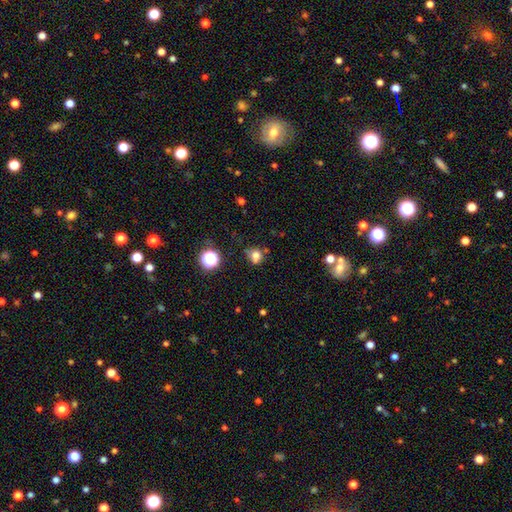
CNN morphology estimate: smooth 72%, star or artifact 17%, featured or disk 11%. Down the decision tree: how rounded — round (75%); merging — none (53%).